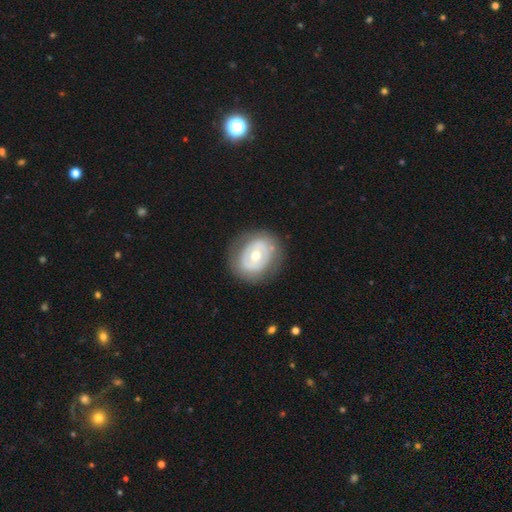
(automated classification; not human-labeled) This is possibly a featured or disk galaxy (58%). It is clearly not viewed edge-on (95%). Bar: likely no (71%). Spiral arm pattern: likely no (79%). Central bulge: likely moderate (70%). Merging: likely none (77%).